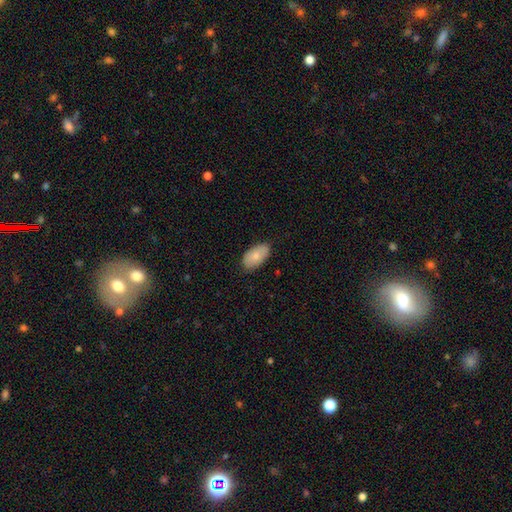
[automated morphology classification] smooth_or_featured: smooth (p=0.80) [alt: featured or disk p=0.14]
how_rounded: in between (p=0.94) [alt: round p=0.04]
merging: none (p=0.81) [alt: minor disturbance p=0.15]